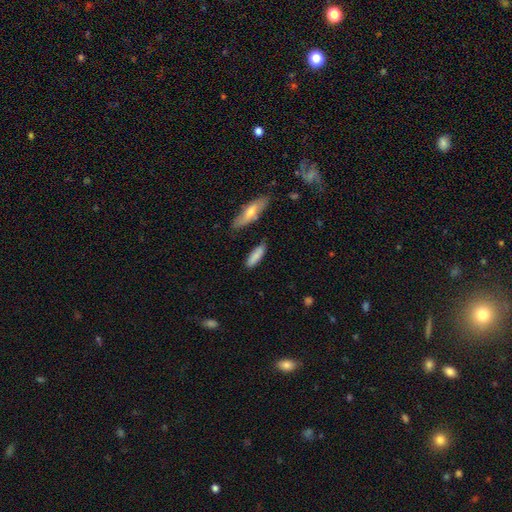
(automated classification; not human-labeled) Morphology: type=smooth (83%); roundness=cigar-shaped (54%); merging=none (75%).